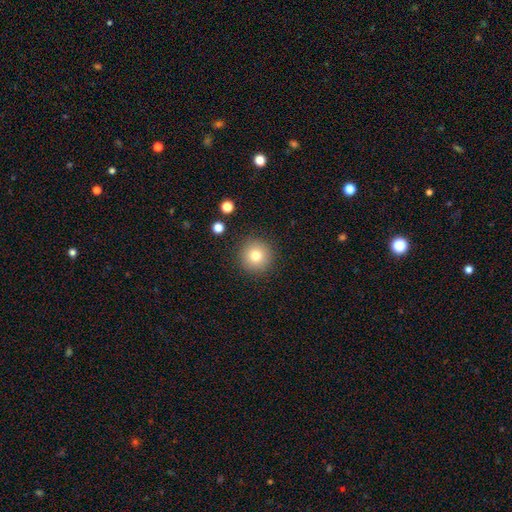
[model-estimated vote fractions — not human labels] A smooth galaxy with no disk features (79%) that is round (95%). Merging: none (89%).